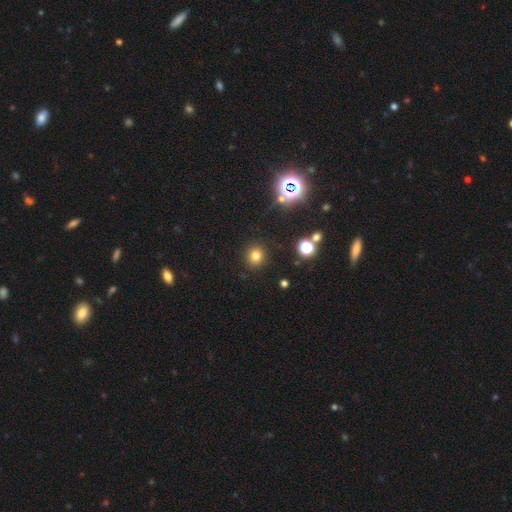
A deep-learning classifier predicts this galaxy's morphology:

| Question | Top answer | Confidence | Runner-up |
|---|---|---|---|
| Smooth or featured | smooth | 76% | star or artifact (18%) |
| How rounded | round | 88% | in between (11%) |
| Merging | none | 90% | minor disturbance (6%) |